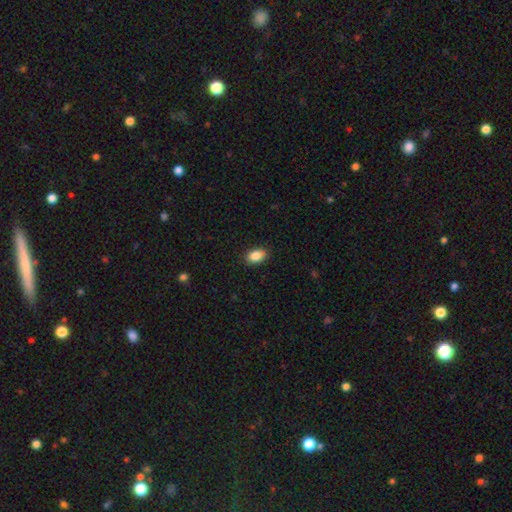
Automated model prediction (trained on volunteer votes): smooth-or-featured: smooth: 87% | star or artifact: 8% | featured or disk: 5%
  how-rounded: in between: 85% | round: 13% | cigar-shaped: 2%
  merging: none: 87% | minor disturbance: 10% | major disturbance: 2% | merger: 1%